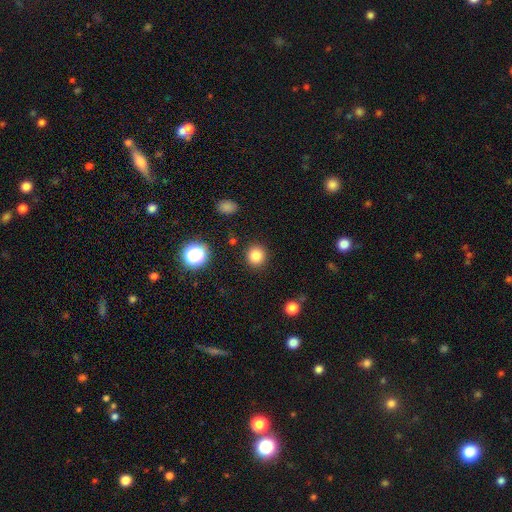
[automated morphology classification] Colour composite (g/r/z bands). It shows a smooth galaxy with no disk features (84%) that is round (90%). Merging: none (90%).